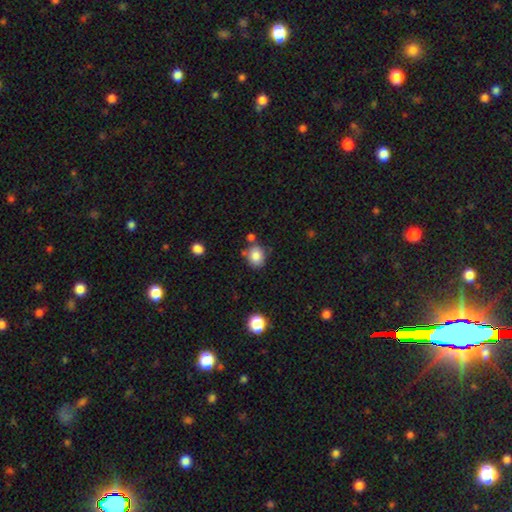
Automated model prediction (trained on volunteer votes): Smooth or featured? Predicted: smooth (p=0.84). How rounded? Predicted: round (p=0.60). Merging? Predicted: none (p=0.72).